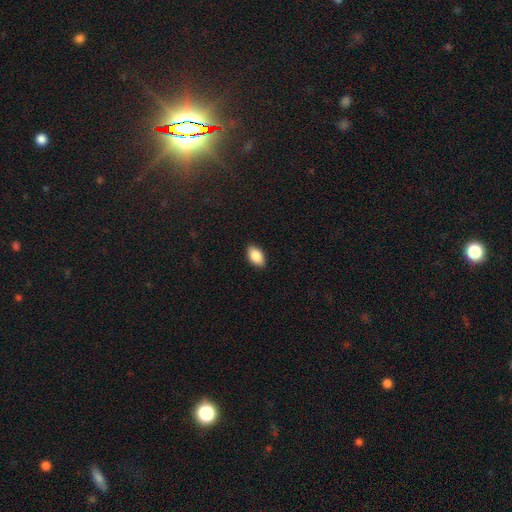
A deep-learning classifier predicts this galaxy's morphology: This is clearly a smooth galaxy (87%). How rounded: clearly in between (93%). Merging: clearly none (90%).